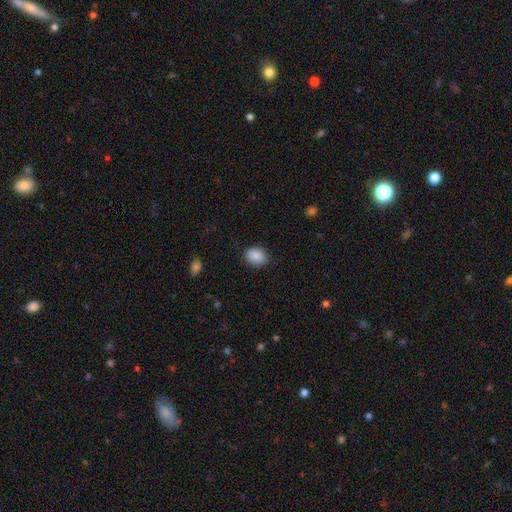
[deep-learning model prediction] This is clearly a smooth galaxy (89%). How rounded: possibly in between (58%). Merging: clearly none (87%).